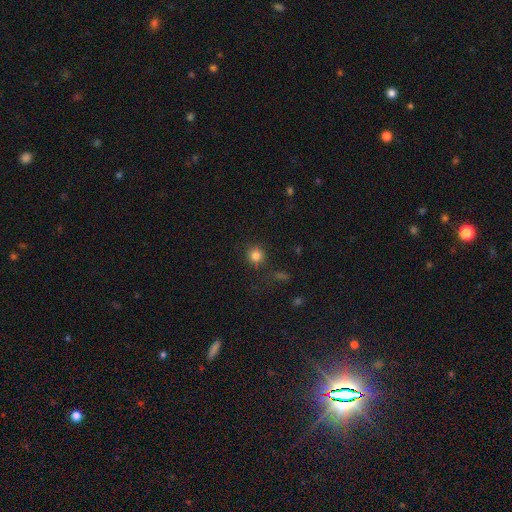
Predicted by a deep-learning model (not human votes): Overall: smooth (81%). How rounded: round (91%). Merging: none (83%).